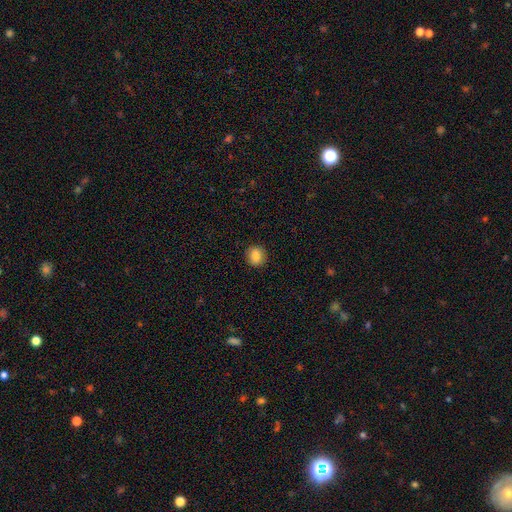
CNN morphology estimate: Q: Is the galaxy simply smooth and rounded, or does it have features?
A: smooth — 83%.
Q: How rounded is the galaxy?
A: round — 87%.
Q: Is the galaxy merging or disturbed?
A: none — 91%.